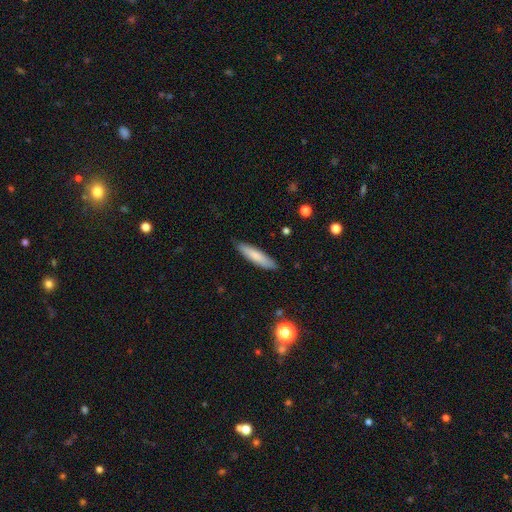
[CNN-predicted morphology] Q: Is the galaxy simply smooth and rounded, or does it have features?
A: smooth — 79%.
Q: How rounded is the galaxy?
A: cigar-shaped — 78%.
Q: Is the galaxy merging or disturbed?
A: none — 87%.